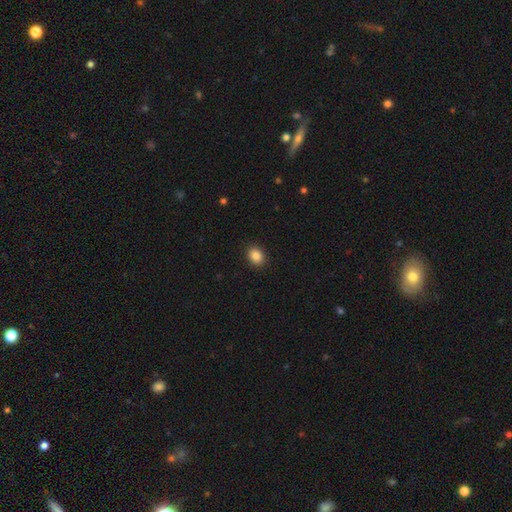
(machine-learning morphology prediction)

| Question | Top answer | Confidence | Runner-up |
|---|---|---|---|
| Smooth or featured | smooth | 87% | star or artifact (9%) |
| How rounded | in between | 50% | round (49%) |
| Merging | none | 90% | minor disturbance (7%) |